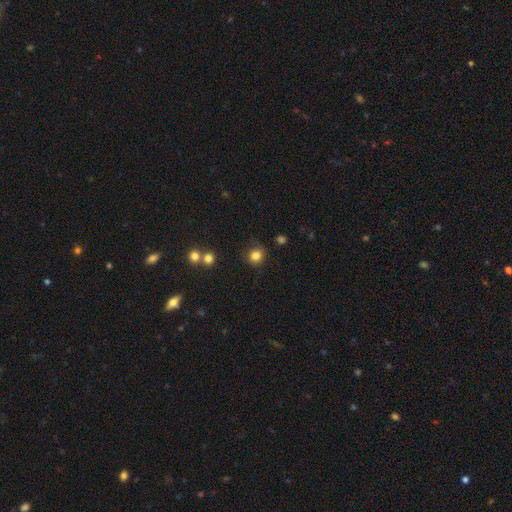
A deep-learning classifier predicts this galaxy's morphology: A smooth galaxy with no disk features (84%) that is round (82%).

Vote fractions:
- Smooth or featured? smooth: 84% / star or artifact: 12% / featured or disk: 5%
- How rounded? round: 82% / in between: 17% / cigar-shaped: 1%
- Merging? none: 79% / minor disturbance: 14% / major disturbance: 4% / merger: 3%